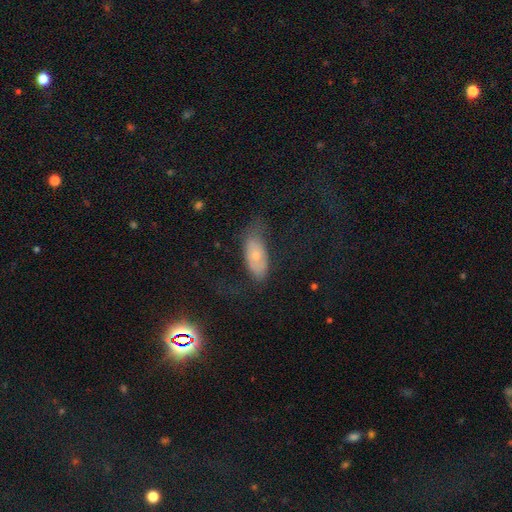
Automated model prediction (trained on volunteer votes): smooth 51%, featured or disk 37%, star or artifact 12%. Down the decision tree: how rounded — in between (85%); merging — none (51%).